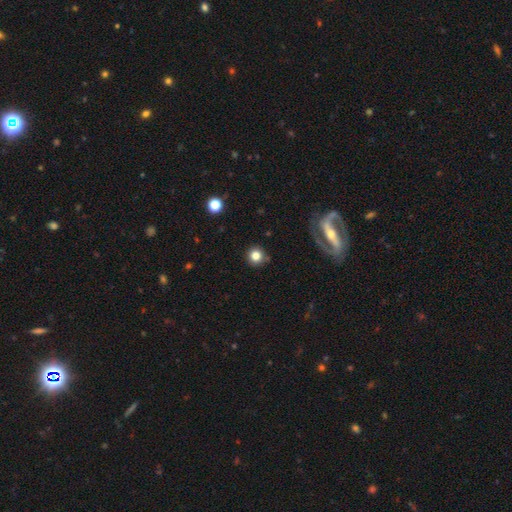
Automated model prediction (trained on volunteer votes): A smooth galaxy with no disk features (81%) that is round (93%).

Vote fractions:
- Smooth or featured? smooth: 81% / star or artifact: 11% / featured or disk: 7%
- How rounded? round: 93% / in between: 6% / cigar-shaped: 1%
- Merging? none: 87% / minor disturbance: 8% / major disturbance: 3% / merger: 2%